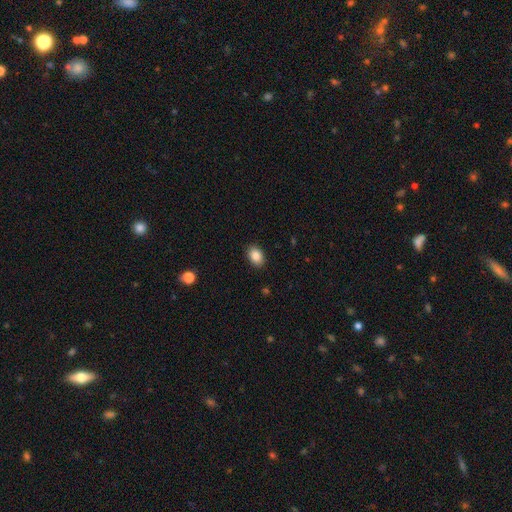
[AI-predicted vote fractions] The model was most divided on "how rounded": in between: 77%, round: 22%, cigar-shaped: 1%. More confident: merging — none (89%); smooth or featured — smooth (87%).